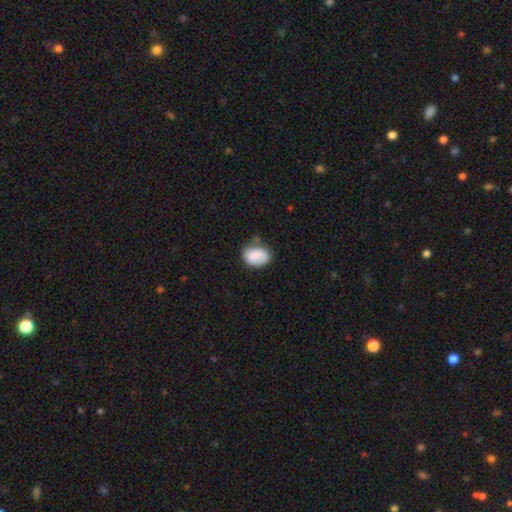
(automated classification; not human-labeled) This is clearly a smooth galaxy (83%). How rounded: likely in between (69%). Merging: possibly none (54%).